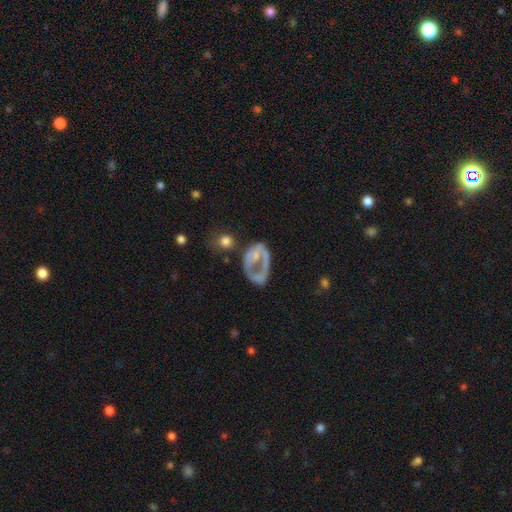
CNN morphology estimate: Smooth or featured? Predicted: featured or disk (p=0.55). Edge-on disk? Predicted: no (p=0.97). Bar? Predicted: no (p=0.86). Spiral arms? Predicted: no (p=0.81). Bulge size? Predicted: none (p=0.53). Merging? Predicted: major disturbance (p=0.43).